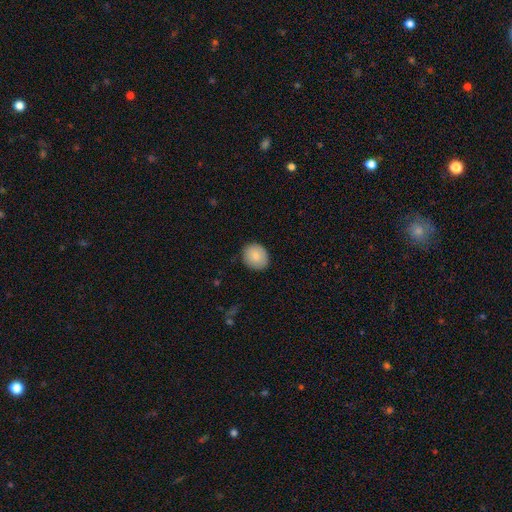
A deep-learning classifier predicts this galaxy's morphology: Smooth or featured? smooth (85%)
How rounded? round (68%)
Merging? none (87%)